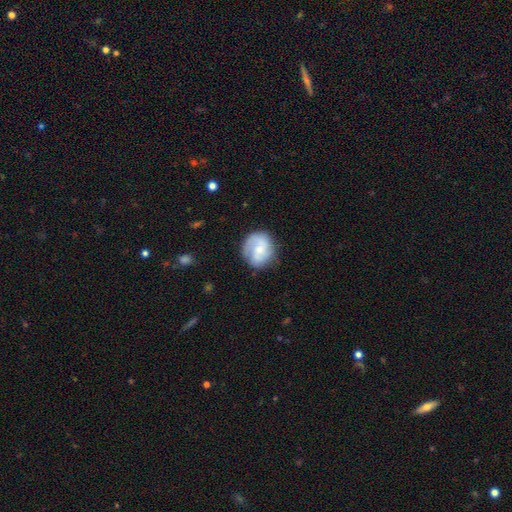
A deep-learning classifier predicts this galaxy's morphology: type=featured or disk (56%); edge-on=no (98%); bar=no (56%); spiral arms=yes (87%); bulge=small (56%); merging=none (72%).